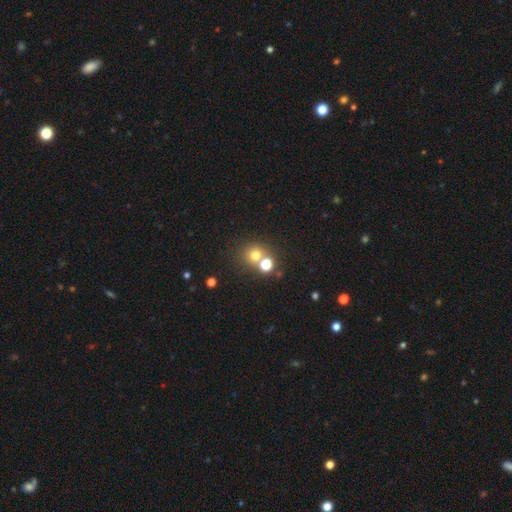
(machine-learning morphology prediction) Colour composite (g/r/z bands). It shows a smooth galaxy with no disk features (70%) that is round (87%). Merging: none (58%).